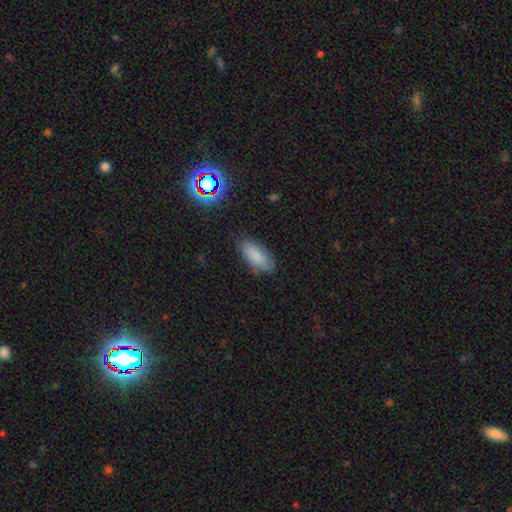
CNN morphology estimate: smooth 84%, star or artifact 9%, featured or disk 7%. Down the decision tree: how rounded — in between (84%); merging — none (79%).